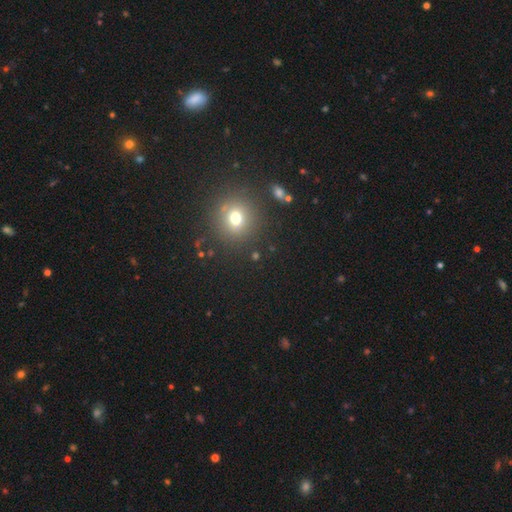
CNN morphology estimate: A smooth galaxy with no disk features (59%) that is round (88%).

Vote fractions:
- Smooth or featured? smooth: 59% / star or artifact: 33% / featured or disk: 9%
- How rounded? round: 88% / in between: 11% / cigar-shaped: 1%
- Merging? none: 86% / minor disturbance: 7% / merger: 4% / major disturbance: 3%